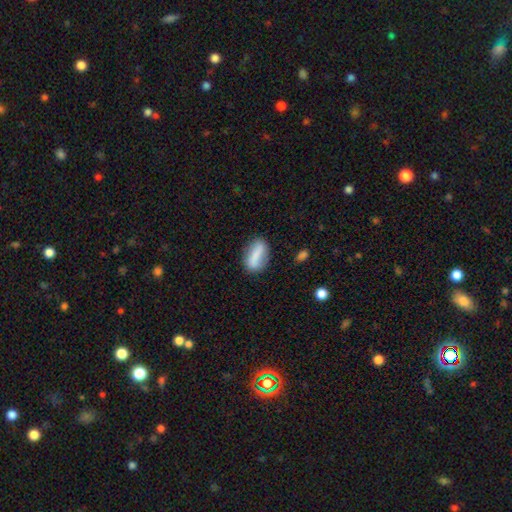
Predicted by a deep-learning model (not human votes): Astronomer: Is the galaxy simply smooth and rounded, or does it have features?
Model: smooth — 74%.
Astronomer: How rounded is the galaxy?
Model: in between — 76%.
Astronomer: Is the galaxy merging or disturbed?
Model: none — 77%.